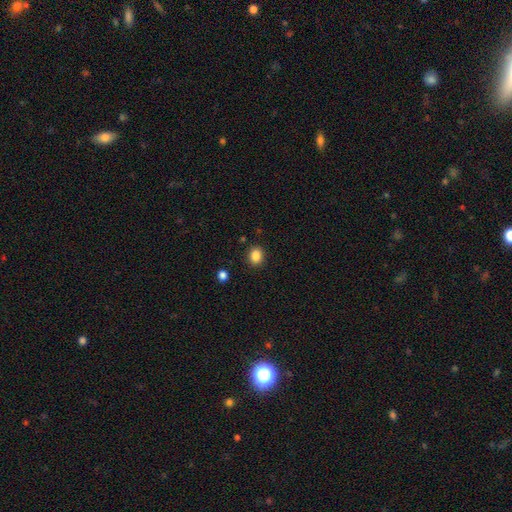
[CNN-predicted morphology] smooth_or_featured: smooth (p=0.86) [alt: star or artifact p=0.10]
how_rounded: round (p=0.57) [alt: in between p=0.42]
merging: none (p=0.88) [alt: minor disturbance p=0.08]